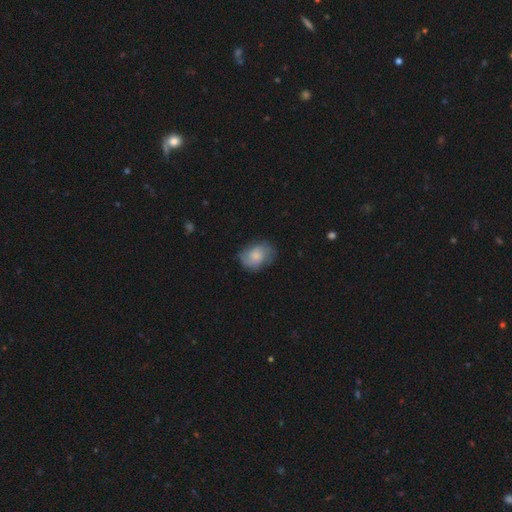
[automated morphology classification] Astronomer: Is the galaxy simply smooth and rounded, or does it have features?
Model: smooth — 54% (runner-up: featured or disk, 38%).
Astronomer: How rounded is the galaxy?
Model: in between — 67%.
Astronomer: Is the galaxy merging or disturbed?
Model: none — 70%.